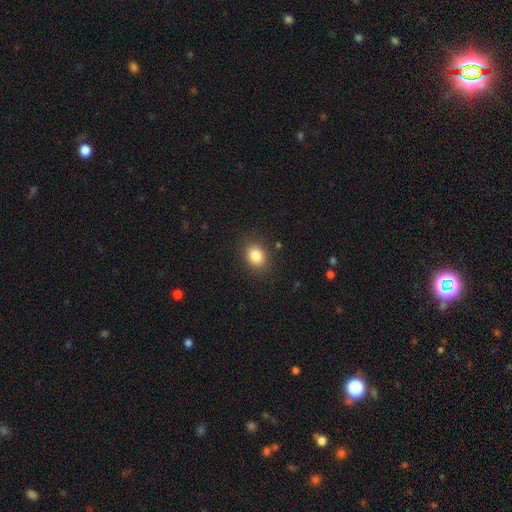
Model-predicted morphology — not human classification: A smooth galaxy with no disk features (85%) that is round (52%). Merging: none (87%).